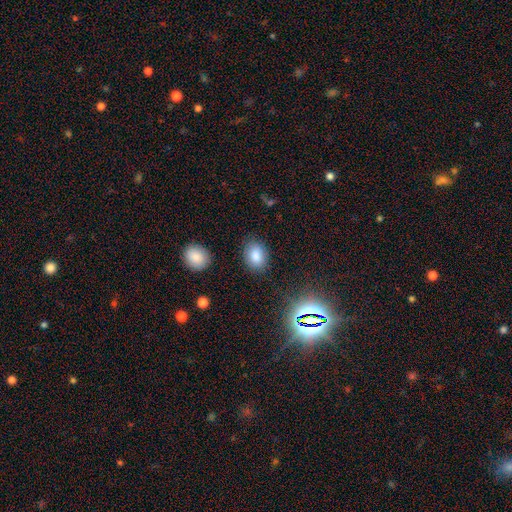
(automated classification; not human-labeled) smooth-or-featured: smooth: 83% | star or artifact: 11% | featured or disk: 7%
  how-rounded: in between: 73% | round: 26% | cigar-shaped: 1%
  merging: none: 83% | minor disturbance: 12% | major disturbance: 3% | merger: 2%